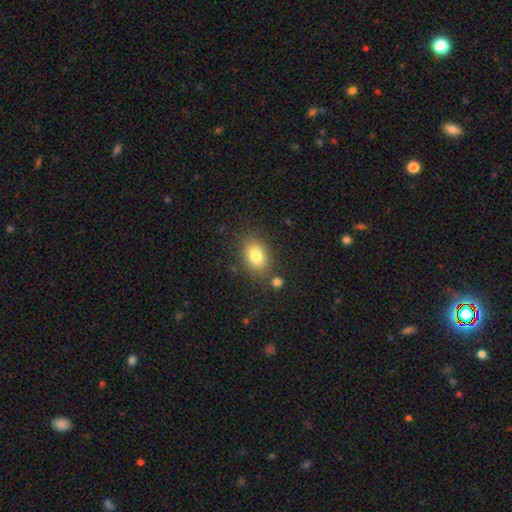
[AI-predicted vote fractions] Smooth or featured: smooth — 80% (featured or disk — 10%)
How rounded: in between — 81% (round — 18%)
Merging: none — 79% (minor disturbance — 12%)